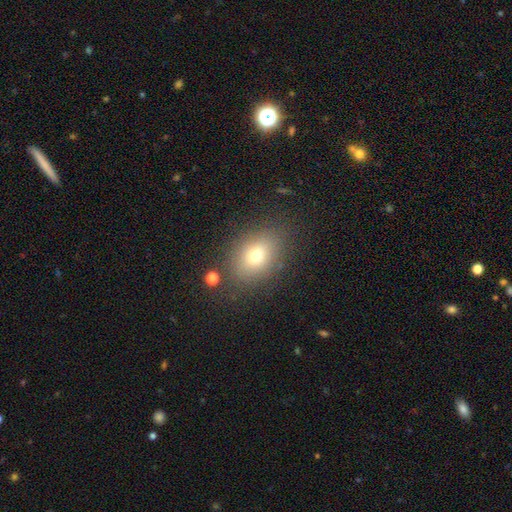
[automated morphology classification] Q: Smooth or featured?
A: smooth (72%); runner-up: featured or disk (14%)
Q: How rounded?
A: in between (69%); runner-up: round (30%)
Q: Merging?
A: none (81%); runner-up: minor disturbance (12%)